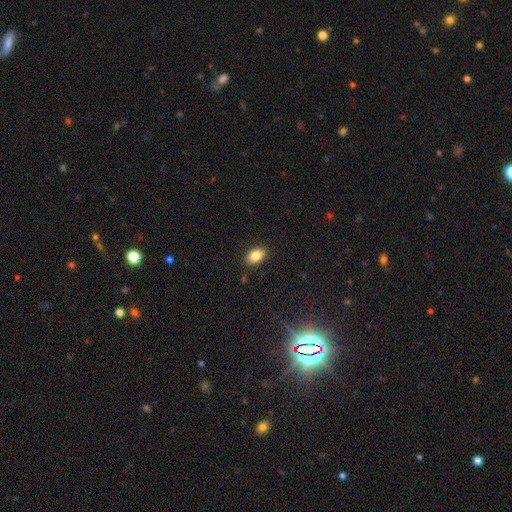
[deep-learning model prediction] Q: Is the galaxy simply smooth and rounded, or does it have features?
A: smooth — 84%.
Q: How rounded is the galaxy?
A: in between — 86%.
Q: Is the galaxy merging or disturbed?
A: none — 87%.